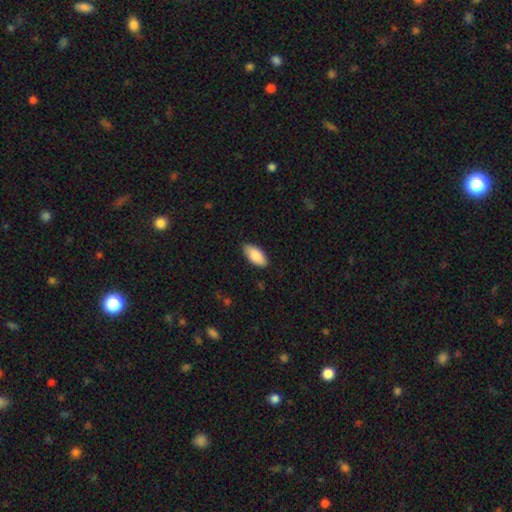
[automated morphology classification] smooth 88%, featured or disk 6%, star or artifact 6%. Down the decision tree: how rounded — in between (92%); merging — none (86%).